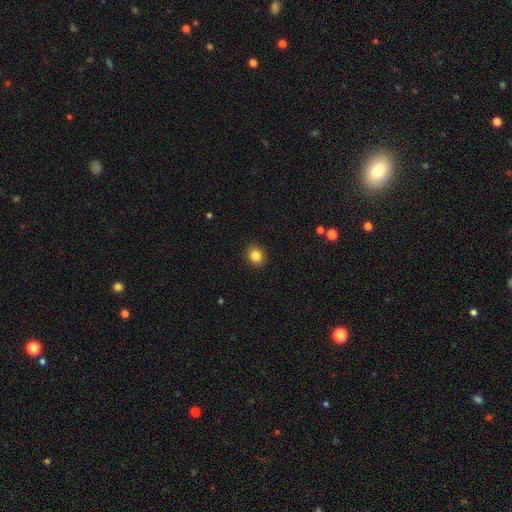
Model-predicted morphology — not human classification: Q: Smooth or featured?
A: smooth (84%); runner-up: star or artifact (10%)
Q: How rounded?
A: round (71%); runner-up: in between (28%)
Q: Merging?
A: none (92%); runner-up: minor disturbance (6%)